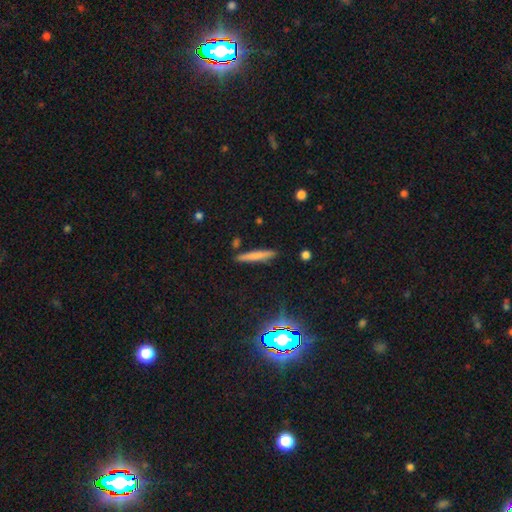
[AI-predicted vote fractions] A smooth galaxy with no disk features (71%) that is cigar-shaped (93%). Merging: none (87%).